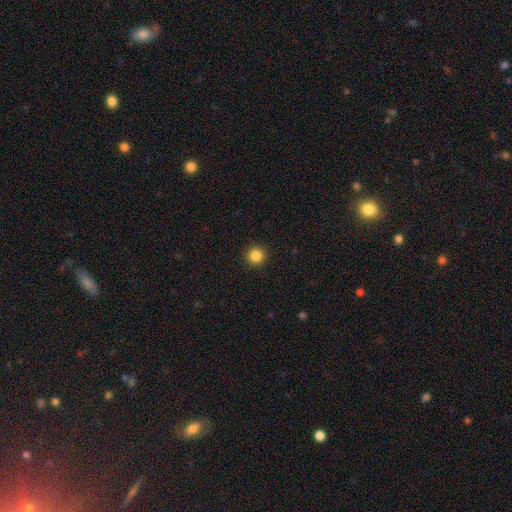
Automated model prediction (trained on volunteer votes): Smooth or featured? Predicted: smooth (p=0.85). How rounded? Predicted: round (p=0.96). Merging? Predicted: none (p=0.93).